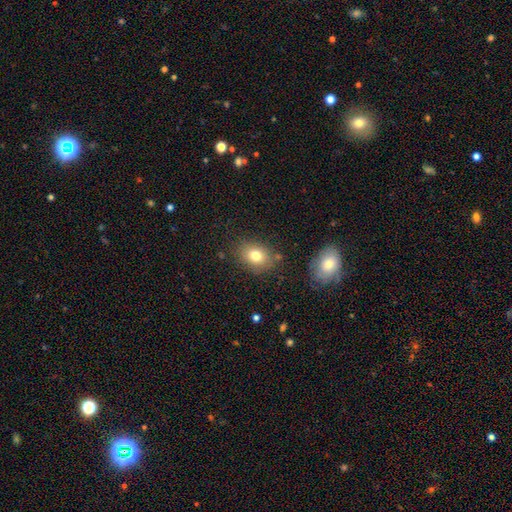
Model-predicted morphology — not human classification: type=smooth (79%); roundness=in between (59%); merging=none (78%).